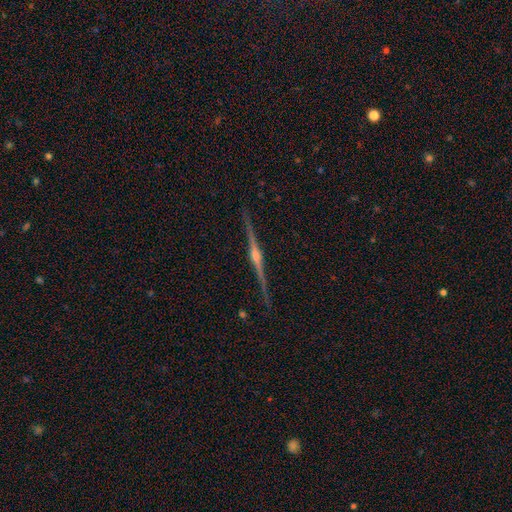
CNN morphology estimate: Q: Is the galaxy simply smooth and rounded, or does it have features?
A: featured or disk — 90%.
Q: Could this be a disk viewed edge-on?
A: yes — 99%.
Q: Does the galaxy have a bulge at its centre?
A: rounded — 91%.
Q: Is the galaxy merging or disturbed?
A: none — 92%.